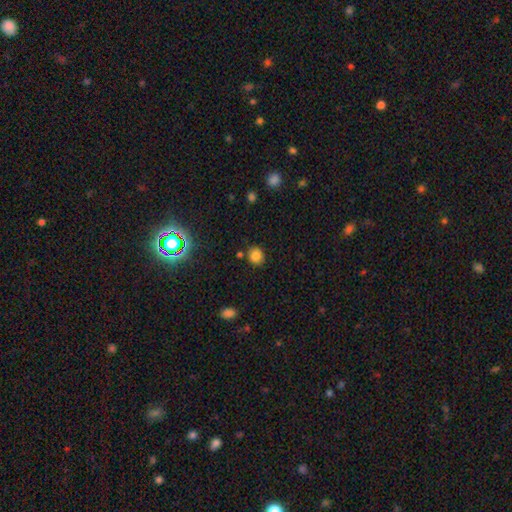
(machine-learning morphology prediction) Smooth or featured? Predicted: smooth (p=0.80). How rounded? Predicted: round (p=0.76). Merging? Predicted: none (p=0.80).